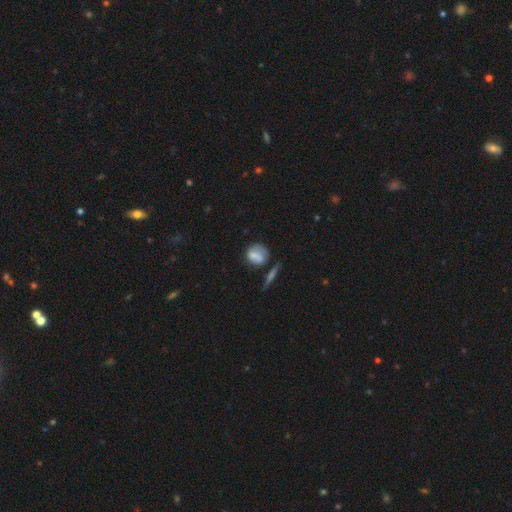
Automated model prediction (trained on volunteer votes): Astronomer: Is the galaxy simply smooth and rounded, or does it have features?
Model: smooth — 70%.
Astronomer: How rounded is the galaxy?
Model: round — 58% (runner-up: in between, 38%).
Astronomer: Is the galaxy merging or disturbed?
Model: none — 48% (runner-up: minor disturbance, 24%).